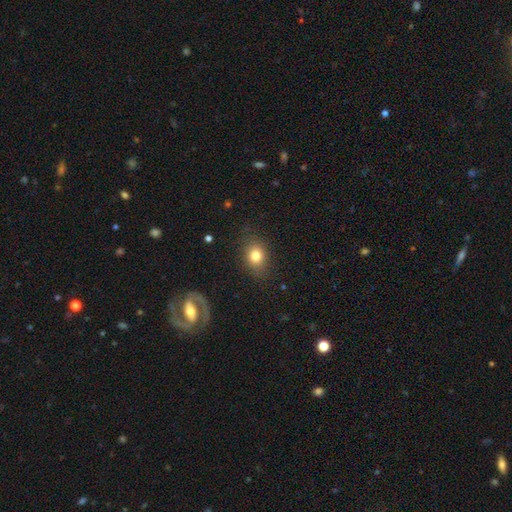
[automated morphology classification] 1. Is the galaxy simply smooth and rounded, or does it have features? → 79% smooth, 11% star or artifact, 10% featured or disk.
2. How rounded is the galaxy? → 53% in between, 46% round, 1% cigar-shaped.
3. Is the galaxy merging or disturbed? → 83% none, 12% minor disturbance, 4% major disturbance, 1% merger.